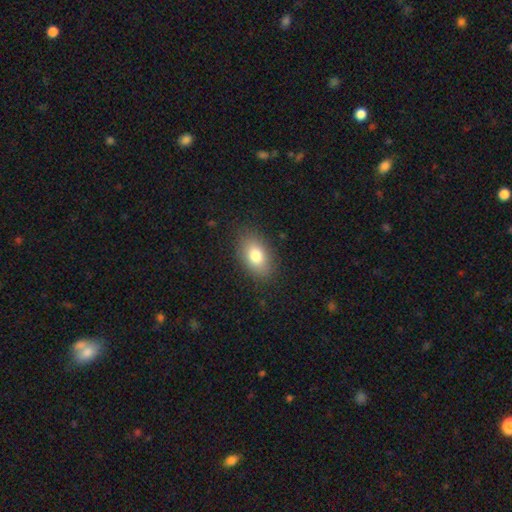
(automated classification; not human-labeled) The model was most divided on "smooth or featured": smooth: 80%, featured or disk: 12%, star or artifact: 8%. More confident: how rounded — in between (88%); merging — none (85%).